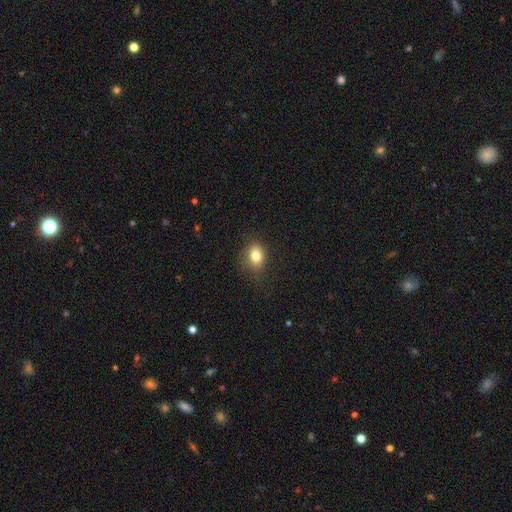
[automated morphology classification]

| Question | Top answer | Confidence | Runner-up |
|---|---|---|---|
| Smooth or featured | smooth | 80% | star or artifact (11%) |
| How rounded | in between | 60% | round (38%) |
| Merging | none | 81% | minor disturbance (14%) |